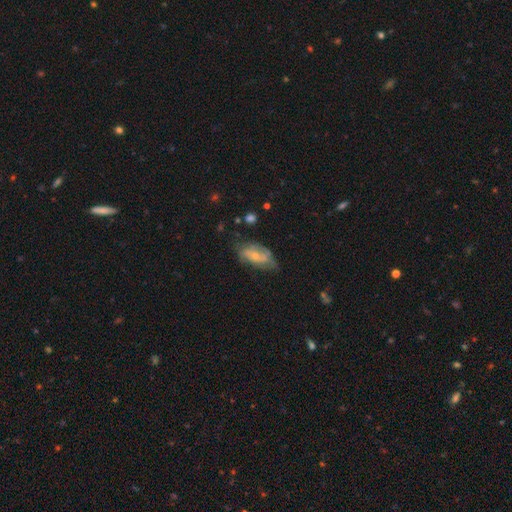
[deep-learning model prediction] This appears to be a featured or disk galaxy (52%). Merging: none (45%).